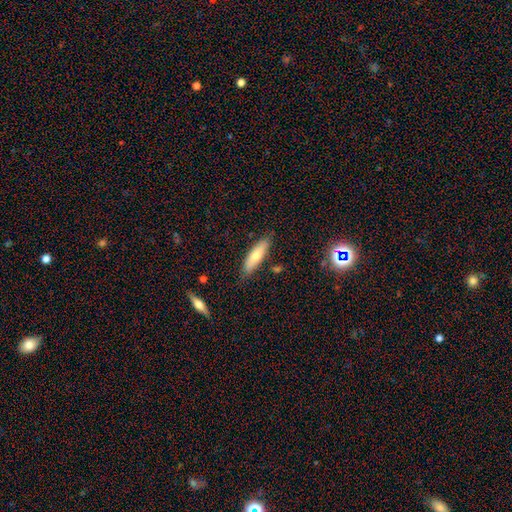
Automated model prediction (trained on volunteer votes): The model was most divided on "how rounded": cigar-shaped: 59%, in between: 40%, round: 2%. More confident: merging — none (82%); smooth or featured — smooth (67%).